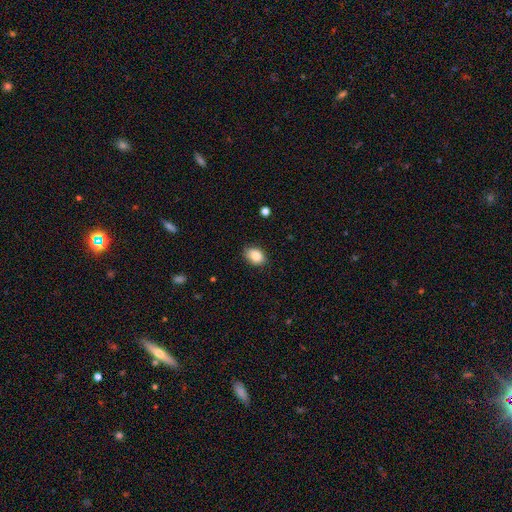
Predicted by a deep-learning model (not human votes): This appears to be a smooth galaxy with no disk features (87%) that is in between round and cigar-shaped (78%). Merging: none (84%).